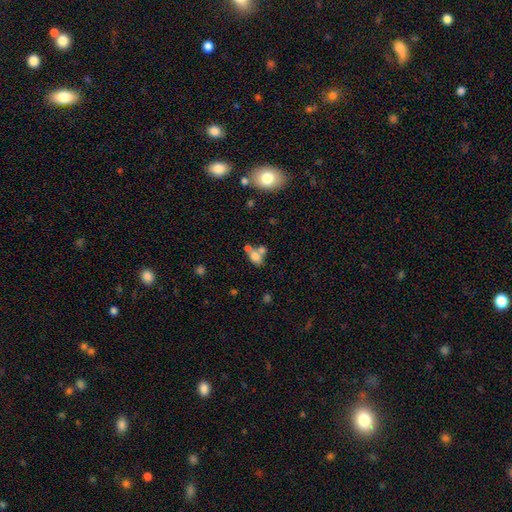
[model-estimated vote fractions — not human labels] A smooth galaxy with no disk features (70%) that is in between round and cigar-shaped (76%). Merging: merger (50%).